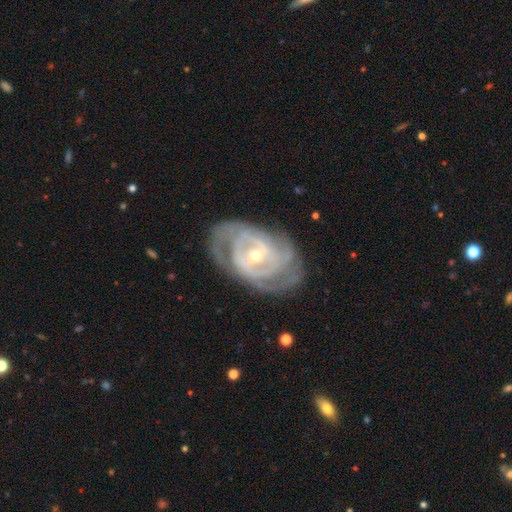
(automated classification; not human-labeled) Smooth or featured: featured or disk — 88% (smooth — 7%)
Edge-on disk: no — 96% (yes — 4%)
Bar: weak — 41% (no — 35%)
Spiral arms: yes — 92% (no — 8%)
Spiral winding: tight — 58% (medium — 33%)
Spiral arm count: 2 — 38% (can't tell — 29%)
Bulge size: small — 61% (moderate — 36%)
Merging: none — 69% (minor disturbance — 19%)